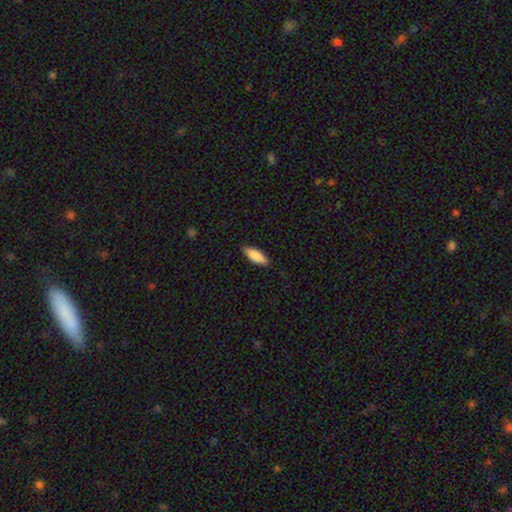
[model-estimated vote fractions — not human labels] A smooth galaxy with no disk features (84%) that is in between round and cigar-shaped (64%).

Vote fractions:
- Smooth or featured? smooth: 84% / featured or disk: 10% / star or artifact: 6%
- How rounded? in between: 64% / cigar-shaped: 34% / round: 2%
- Merging? none: 86% / minor disturbance: 11% / major disturbance: 2% / merger: 1%